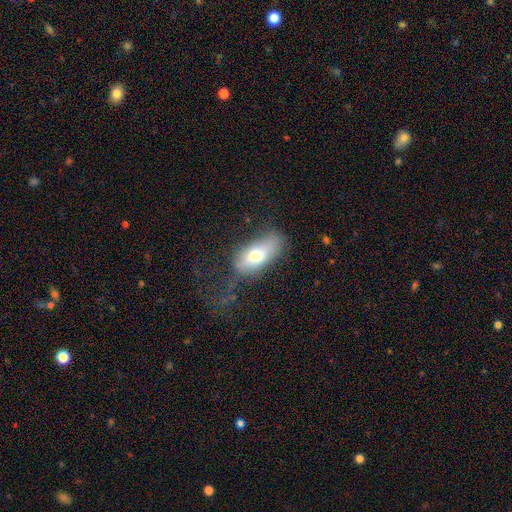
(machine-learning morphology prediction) This is likely a smooth galaxy (71%). How rounded: clearly in between (85%). Merging: possibly none (46%).